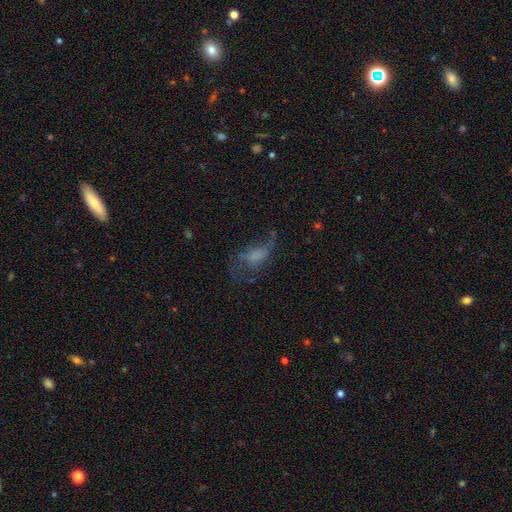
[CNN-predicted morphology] type=smooth (50%); merging=major disturbance (41%).